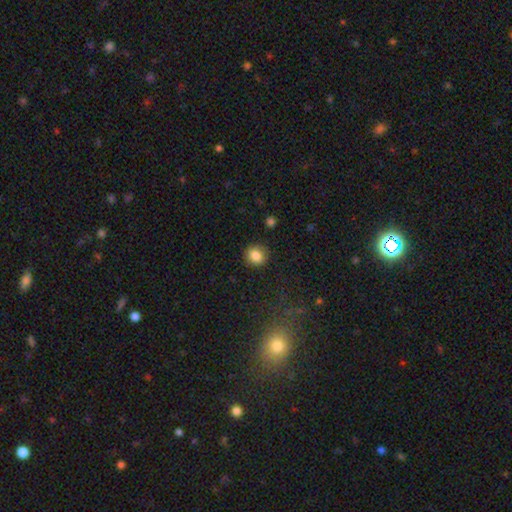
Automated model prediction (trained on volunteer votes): A smooth galaxy with no disk features (84%) that is round (82%). Merging: none (89%).